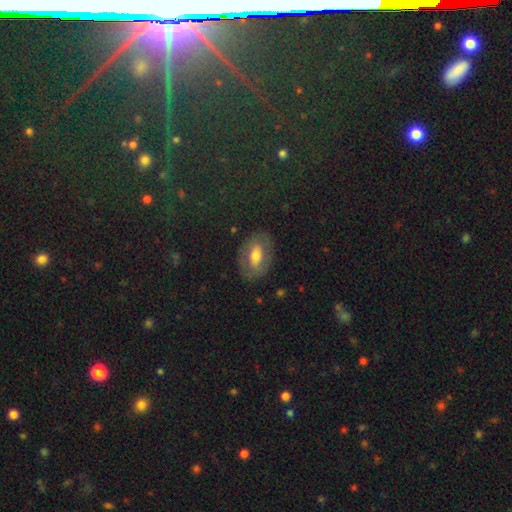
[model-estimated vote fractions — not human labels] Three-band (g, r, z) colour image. It shows a featured or disk galaxy (46%, tied with smooth). Merging: none (80%).